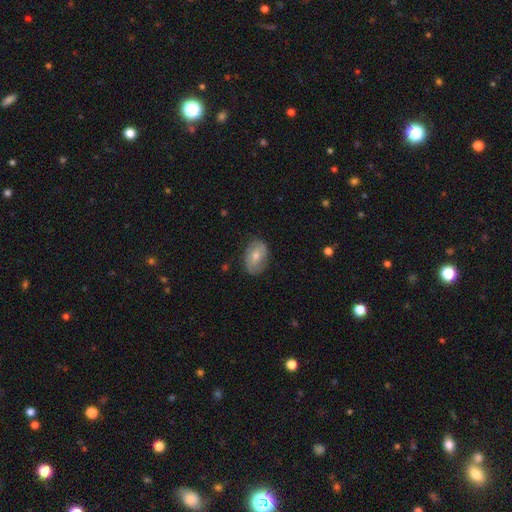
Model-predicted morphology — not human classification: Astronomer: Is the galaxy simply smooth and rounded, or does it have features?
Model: featured or disk — 51% (runner-up: smooth, 40%).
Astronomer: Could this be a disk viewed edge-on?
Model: no — 94%.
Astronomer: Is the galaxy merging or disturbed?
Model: none — 78%.